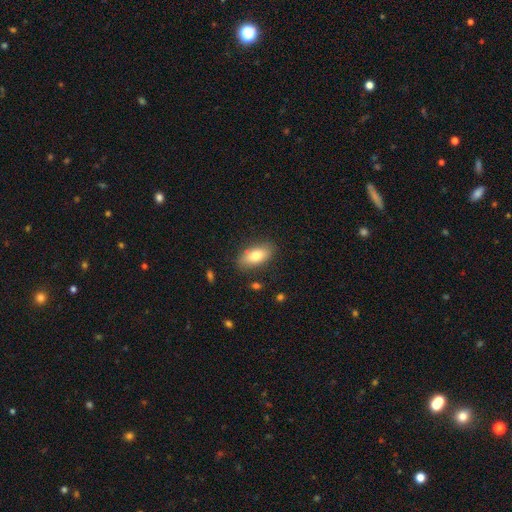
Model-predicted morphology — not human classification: This is likely a smooth galaxy (79%). How rounded: clearly in between (88%). Merging: clearly none (84%).